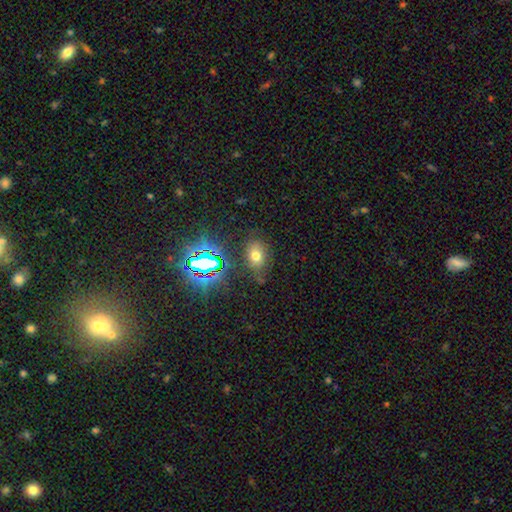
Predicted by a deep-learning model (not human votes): smooth-or-featured: smooth: 62% | star or artifact: 26% | featured or disk: 12%
  how-rounded: in between: 73% | round: 25% | cigar-shaped: 2%
  merging: none: 74% | minor disturbance: 17% | major disturbance: 6% | merger: 3%